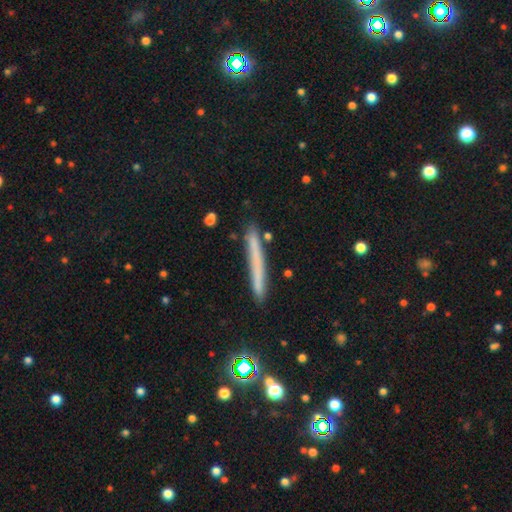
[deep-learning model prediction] Smooth or featured?
  - smooth: 59% *
  - featured or disk: 30%
  - star or artifact: 12%
How rounded?
  - cigar-shaped: 96% *
  - in between: 2%
  - round: 2%
Merging?
  - none: 84% *
  - minor disturbance: 12%
  - major disturbance: 2%
  - merger: 2%